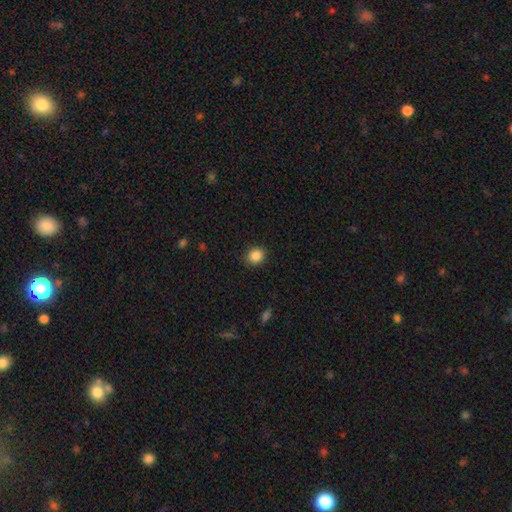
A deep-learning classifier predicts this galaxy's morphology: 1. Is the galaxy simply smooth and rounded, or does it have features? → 87% smooth, 10% star or artifact, 3% featured or disk.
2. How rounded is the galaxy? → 72% round, 27% in between, 1% cigar-shaped.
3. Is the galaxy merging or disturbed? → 88% none, 8% minor disturbance, 2% major disturbance, 1% merger.